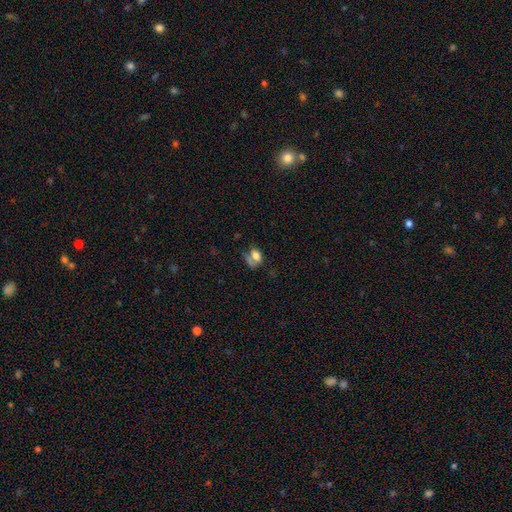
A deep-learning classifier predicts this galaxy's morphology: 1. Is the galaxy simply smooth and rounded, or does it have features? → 65% smooth, 18% featured or disk, 17% star or artifact.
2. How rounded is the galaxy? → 75% in between, 21% round, 4% cigar-shaped.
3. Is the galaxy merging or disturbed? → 36% none, 23% major disturbance, 22% minor disturbance, 20% merger.